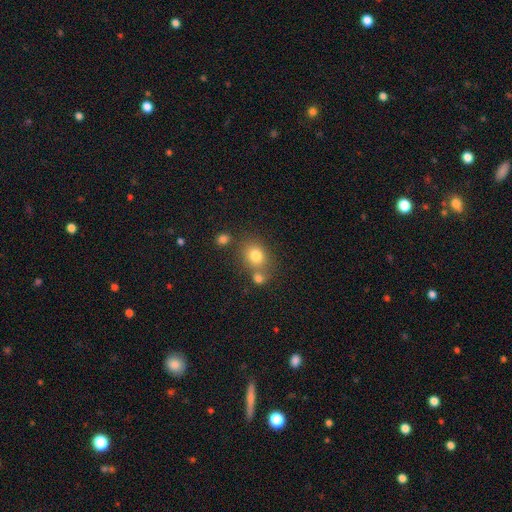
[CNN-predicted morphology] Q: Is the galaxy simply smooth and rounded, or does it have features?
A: smooth — 78%.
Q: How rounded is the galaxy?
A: round — 62%.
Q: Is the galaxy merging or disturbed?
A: none — 61%.